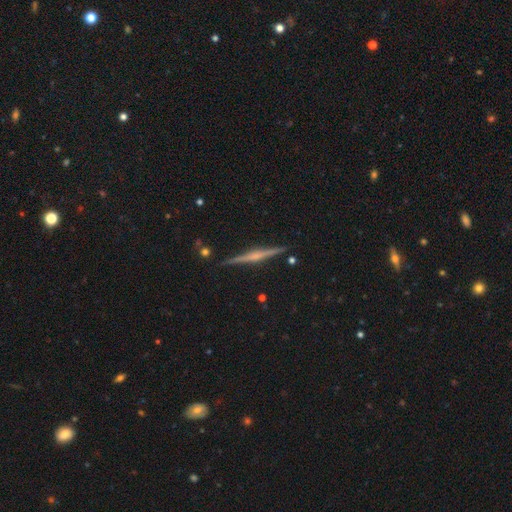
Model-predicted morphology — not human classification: Q: Smooth or featured?
A: featured or disk (77%); runner-up: smooth (16%)
Q: Edge-on disk?
A: yes (98%); runner-up: no (2%)
Q: Edge-on bulge?
A: rounded (63%); runner-up: none (19%)
Q: Merging?
A: none (91%); runner-up: minor disturbance (6%)